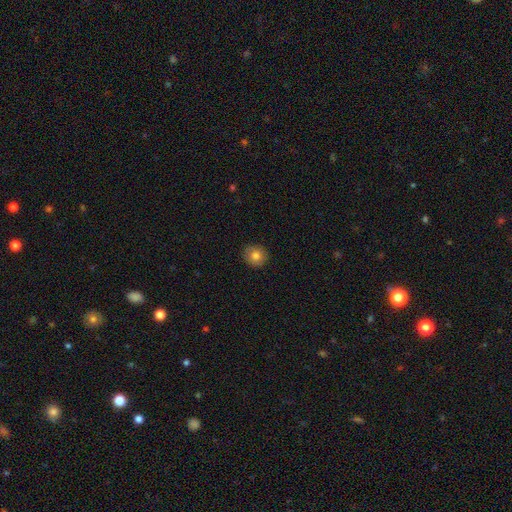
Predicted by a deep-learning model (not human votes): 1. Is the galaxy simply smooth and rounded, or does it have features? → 79% smooth, 11% featured or disk, 10% star or artifact.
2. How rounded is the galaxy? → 89% round, 10% in between, 1% cigar-shaped.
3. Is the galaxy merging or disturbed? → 89% none, 8% minor disturbance, 2% major disturbance, 1% merger.